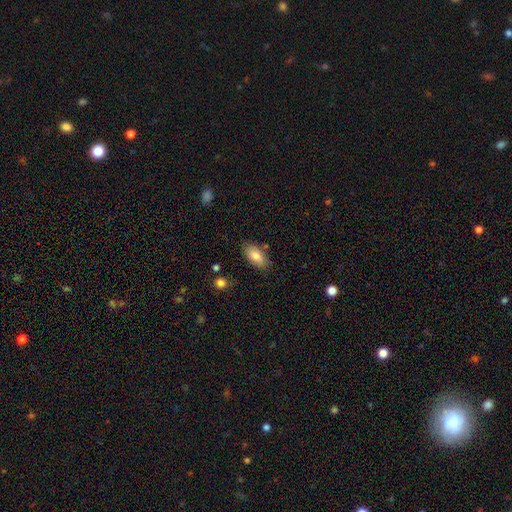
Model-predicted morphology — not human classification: smooth 83%, featured or disk 11%, star or artifact 7%. Down the decision tree: how rounded — in between (92%); merging — none (80%).